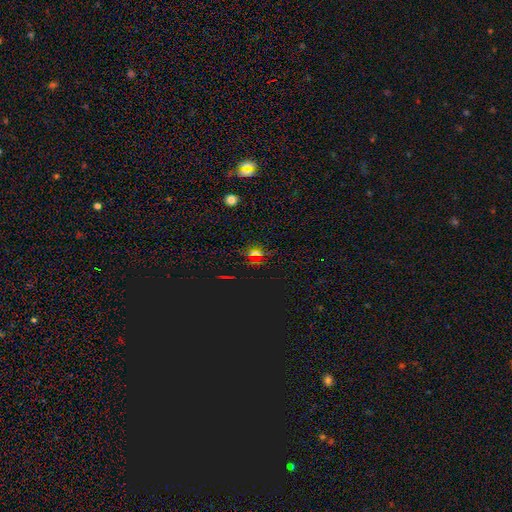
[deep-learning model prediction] The model was most divided on "smooth or featured": star or artifact: 60%, smooth: 28%, featured or disk: 12%.